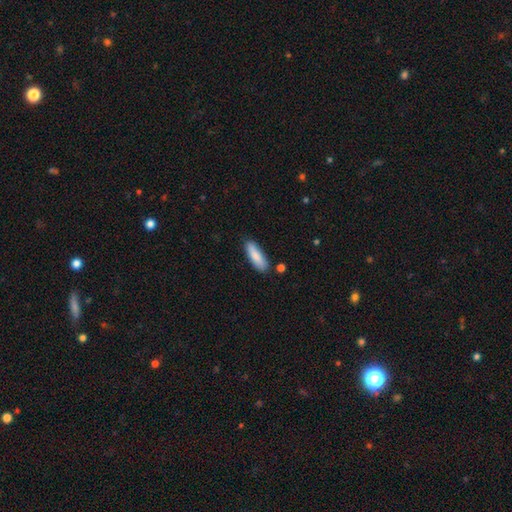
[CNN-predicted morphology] The model was most divided on "how rounded": cigar-shaped: 52%, in between: 47%, round: 2%. More confident: smooth or featured — smooth (87%); merging — none (82%).